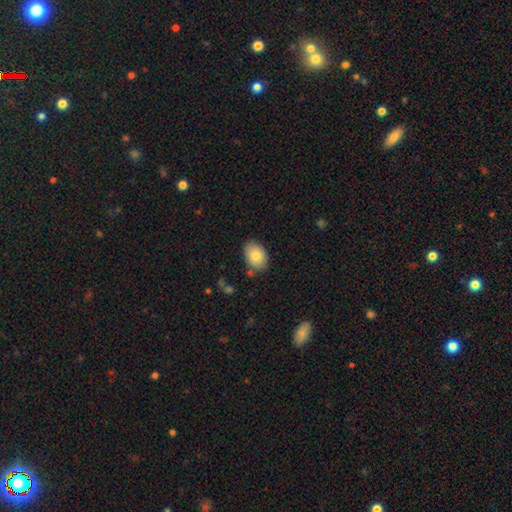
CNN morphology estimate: This is clearly a smooth galaxy (81%). How rounded: clearly in between (80%). Merging: clearly none (81%).